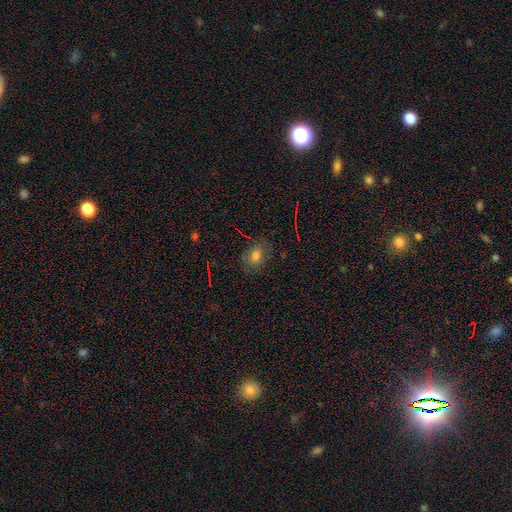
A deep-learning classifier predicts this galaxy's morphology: Smooth or featured?
  - smooth: 67% *
  - star or artifact: 19%
  - featured or disk: 14%
How rounded?
  - in between: 51% *
  - round: 47%
  - cigar-shaped: 2%
Merging?
  - none: 77% *
  - minor disturbance: 16%
  - major disturbance: 5%
  - merger: 2%